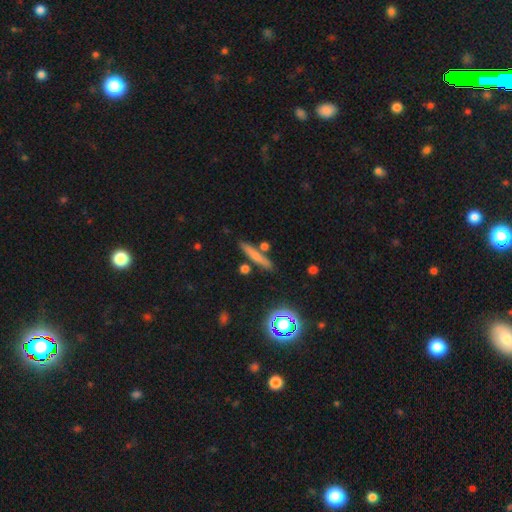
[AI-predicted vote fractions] Smooth or featured?
  - smooth: 65% *
  - featured or disk: 24%
  - star or artifact: 11%
How rounded?
  - cigar-shaped: 90% *
  - in between: 6%
  - round: 4%
Merging?
  - none: 80% *
  - minor disturbance: 9%
  - merger: 8%
  - major disturbance: 3%